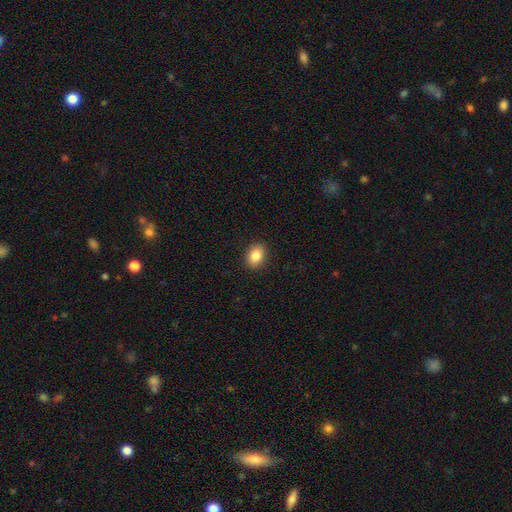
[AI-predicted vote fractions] The model was most divided on "how rounded": in between: 72%, round: 26%, cigar-shaped: 1%. More confident: merging — none (90%); smooth or featured — smooth (86%).